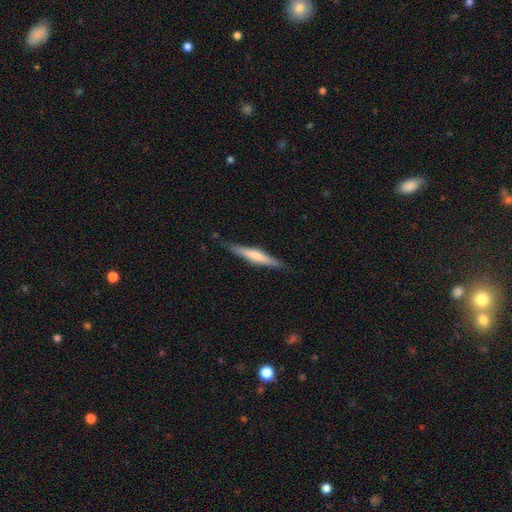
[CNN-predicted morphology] The model was most divided on "smooth or featured": smooth: 50%, featured or disk: 45%, star or artifact: 5%. More confident: merging — none (85%).